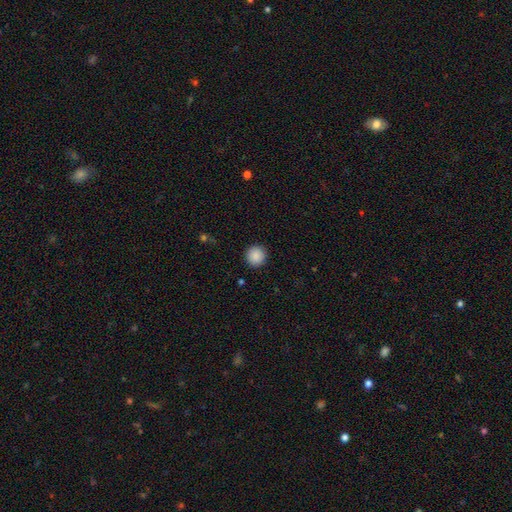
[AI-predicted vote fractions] Smooth or featured: smooth — 89% (star or artifact — 8%)
How rounded: round — 94% (in between — 5%)
Merging: none — 93% (minor disturbance — 5%)